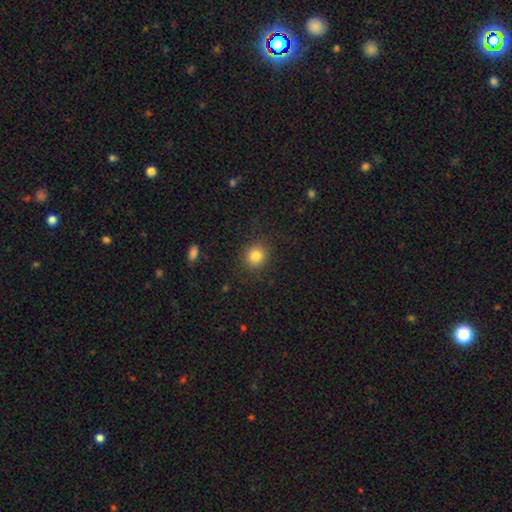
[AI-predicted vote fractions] Smooth or featured? Predicted: smooth (p=0.83). How rounded? Predicted: round (p=0.84). Merging? Predicted: none (p=0.87).